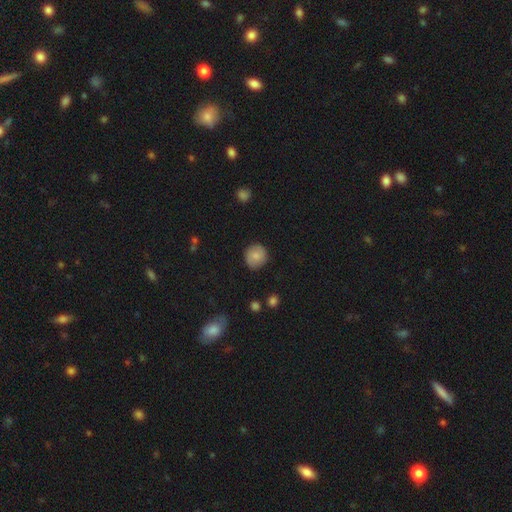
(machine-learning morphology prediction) Q: Smooth or featured?
A: smooth (81%); runner-up: featured or disk (11%)
Q: How rounded?
A: round (86%); runner-up: in between (13%)
Q: Merging?
A: none (84%); runner-up: minor disturbance (12%)